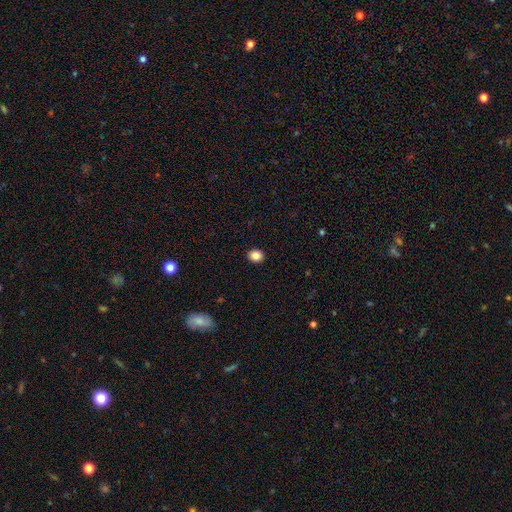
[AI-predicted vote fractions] A smooth galaxy with no disk features (85%) that is round (71%). Merging: none (92%).